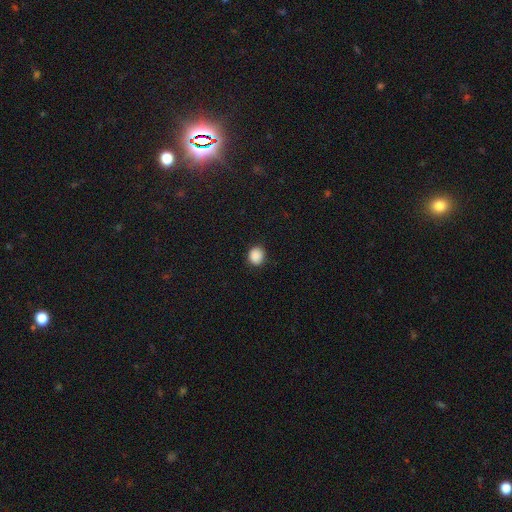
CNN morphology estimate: Smooth or featured? Predicted: smooth (p=0.89). How rounded? Predicted: round (p=0.77). Merging? Predicted: none (p=0.88).